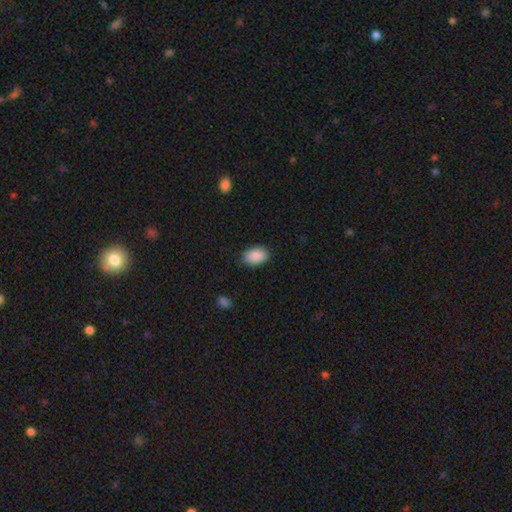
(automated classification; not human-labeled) This appears to be a smooth galaxy with no disk features (90%) that is in between round and cigar-shaped (90%). Merging: none (87%).